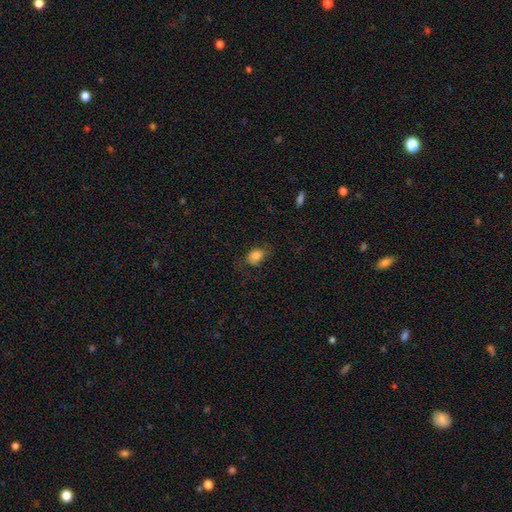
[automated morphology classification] Smooth or featured: smooth — 76% (featured or disk — 14%)
How rounded: in between — 76% (round — 22%)
Merging: none — 57% (minor disturbance — 24%)